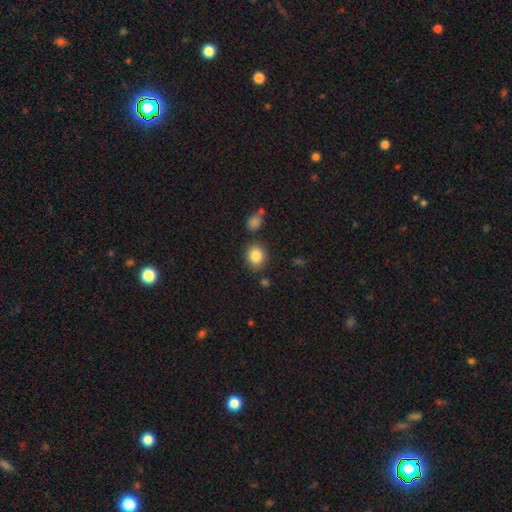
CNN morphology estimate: This is clearly a smooth galaxy (85%). How rounded: likely round (71%). Merging: clearly none (81%).